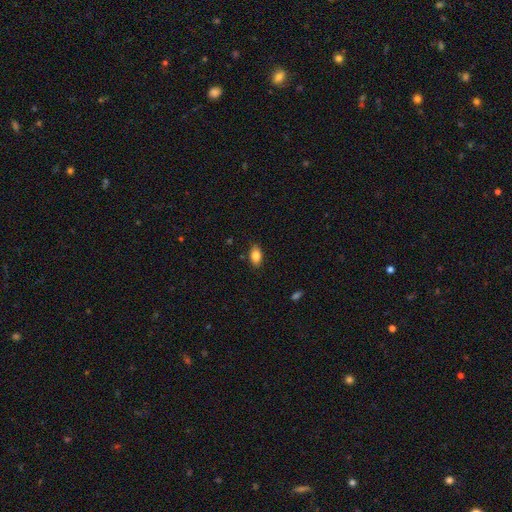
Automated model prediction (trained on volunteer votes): This appears to be a smooth galaxy with no disk features (84%) that is in between round and cigar-shaped (89%). Merging: none (84%).